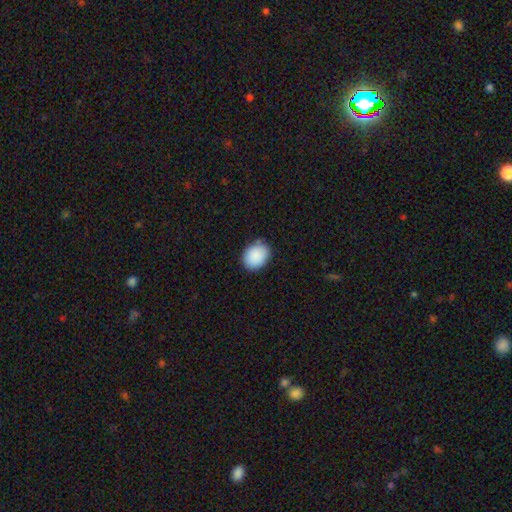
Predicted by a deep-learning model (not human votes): A smooth galaxy with no disk features (90%) that is in between round and cigar-shaped (60%). Merging: none (80%).